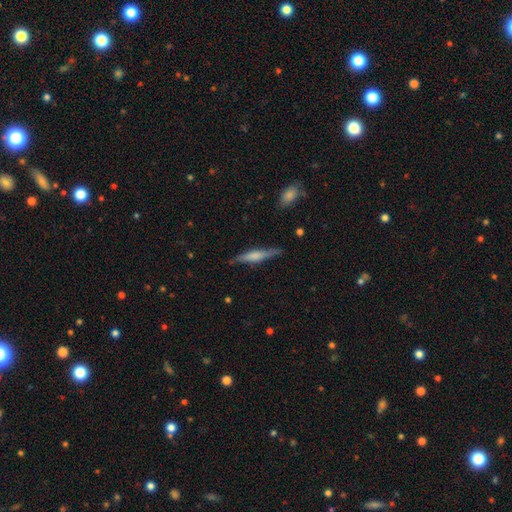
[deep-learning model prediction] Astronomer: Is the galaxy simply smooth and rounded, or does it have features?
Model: featured or disk — 50% (runner-up: smooth, 44%).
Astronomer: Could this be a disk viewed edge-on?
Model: yes — 95%.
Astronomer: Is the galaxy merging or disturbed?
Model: none — 83%.